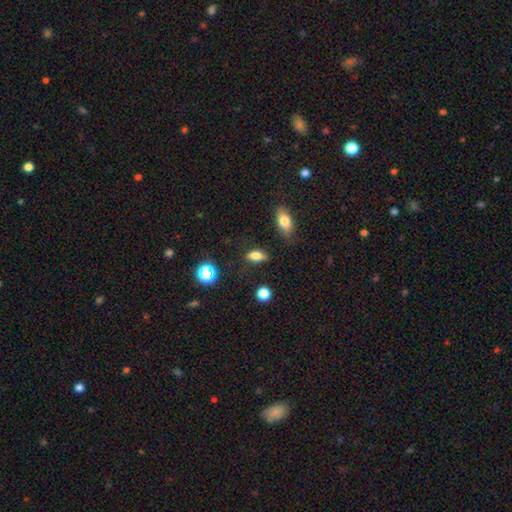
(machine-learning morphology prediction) A smooth galaxy with no disk features (77%) that is in between round and cigar-shaped (80%).

Vote fractions:
- Smooth or featured? smooth: 77% / star or artifact: 12% / featured or disk: 10%
- How rounded? in between: 80% / cigar-shaped: 11% / round: 9%
- Merging? none: 77% / minor disturbance: 16% / major disturbance: 5% / merger: 3%